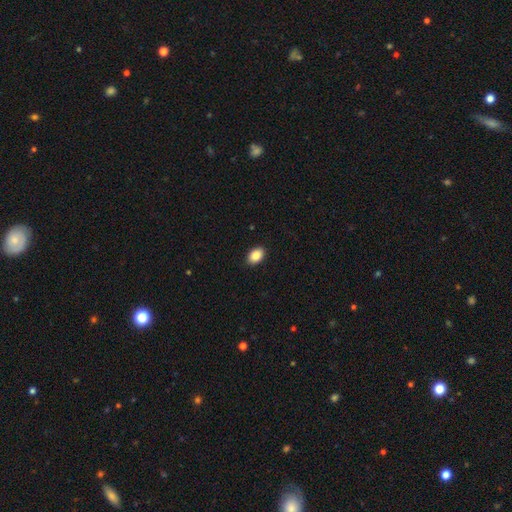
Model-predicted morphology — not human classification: Smooth or featured?
  - smooth: 87% *
  - star or artifact: 8%
  - featured or disk: 5%
How rounded?
  - in between: 87% *
  - round: 12%
  - cigar-shaped: 1%
Merging?
  - none: 90% *
  - minor disturbance: 7%
  - major disturbance: 2%
  - merger: 1%